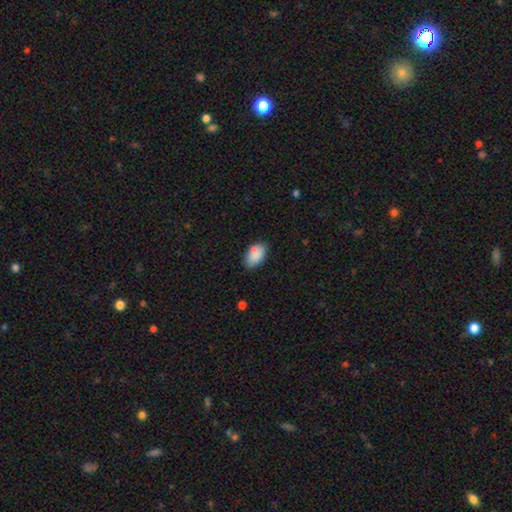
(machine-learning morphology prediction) A smooth galaxy with no disk features (85%) that is in between round and cigar-shaped (93%). Merging: none (73%).